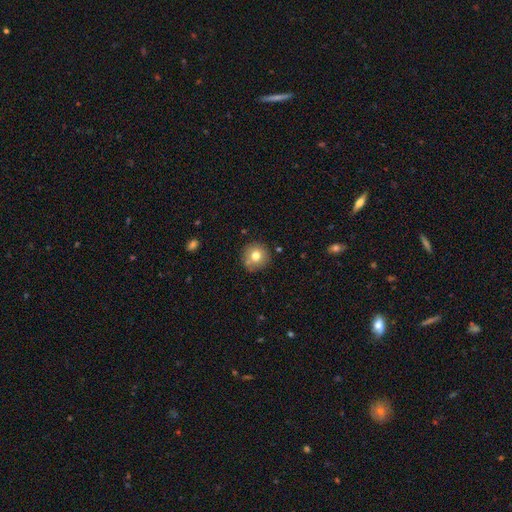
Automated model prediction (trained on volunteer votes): smooth 75%, featured or disk 14%, star or artifact 11%. Down the decision tree: how rounded — round (94%); merging — none (81%).